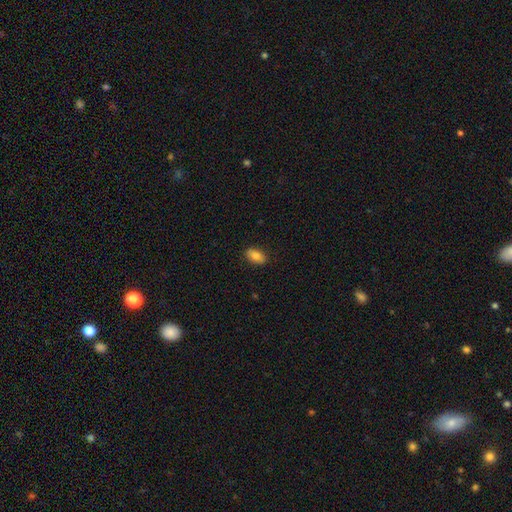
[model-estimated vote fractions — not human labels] Smooth or featured?
  - smooth: 83% *
  - featured or disk: 9%
  - star or artifact: 8%
How rounded?
  - in between: 91% *
  - round: 7%
  - cigar-shaped: 2%
Merging?
  - none: 88% *
  - minor disturbance: 9%
  - major disturbance: 2%
  - merger: 1%